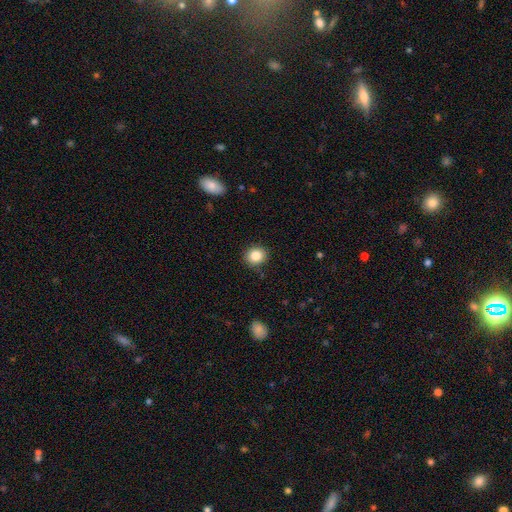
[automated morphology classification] Smooth or featured? Predicted: smooth (p=0.85). How rounded? Predicted: round (p=0.79). Merging? Predicted: none (p=0.88).